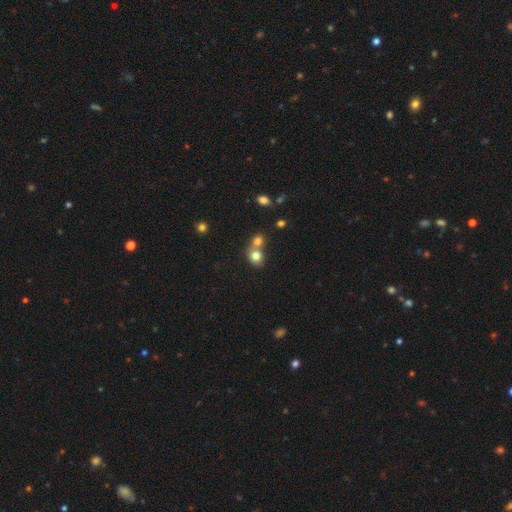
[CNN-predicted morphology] The model was most divided on "merging": merger: 53%, none: 38%, minor disturbance: 7%, major disturbance: 3%. More confident: smooth or featured — smooth (79%); how rounded — round (68%).